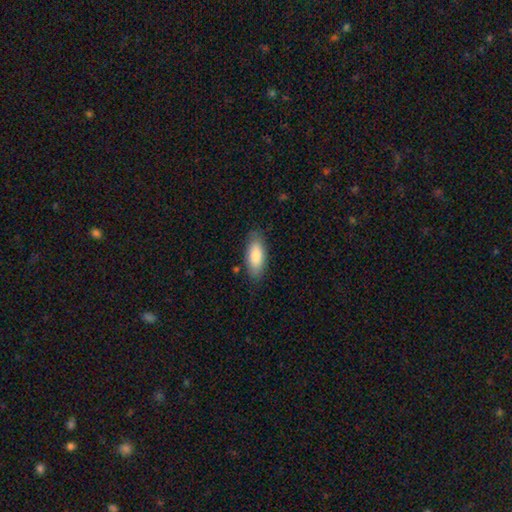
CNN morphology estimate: A smooth galaxy with no disk features (83%) that is in between round and cigar-shaped (79%). Merging: none (84%).